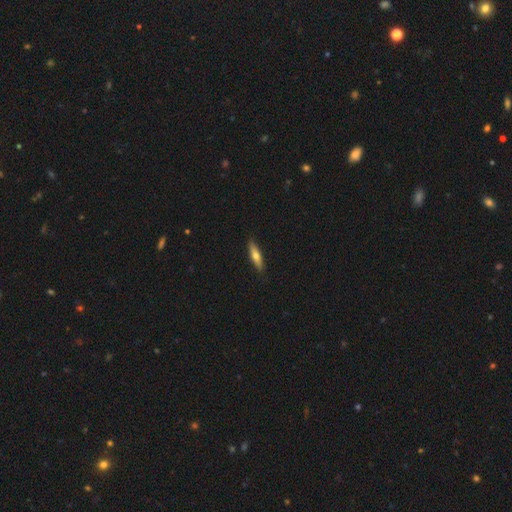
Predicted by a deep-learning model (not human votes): smooth-or-featured: smooth: 56% | featured or disk: 38% | star or artifact: 6%
  how-rounded: cigar-shaped: 74% | in between: 23% | round: 2%
  merging: none: 90% | minor disturbance: 8% | major disturbance: 2% | merger: 1%